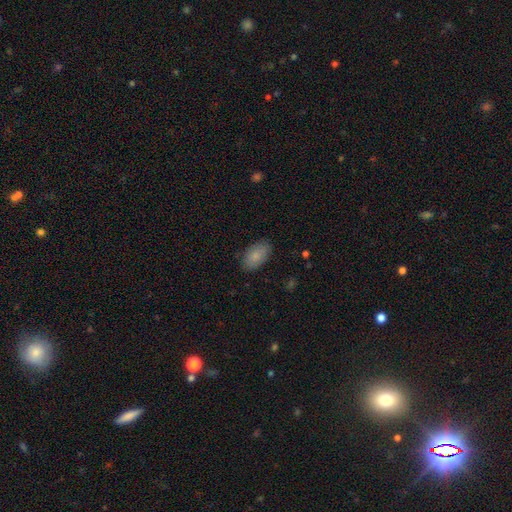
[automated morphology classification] Smooth or featured? smooth (85%)
How rounded? in between (93%)
Merging? none (85%)